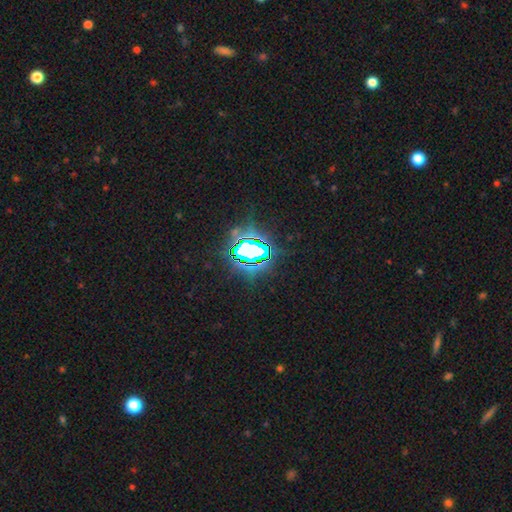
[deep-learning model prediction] A star or artifact, not a galaxy (75%).